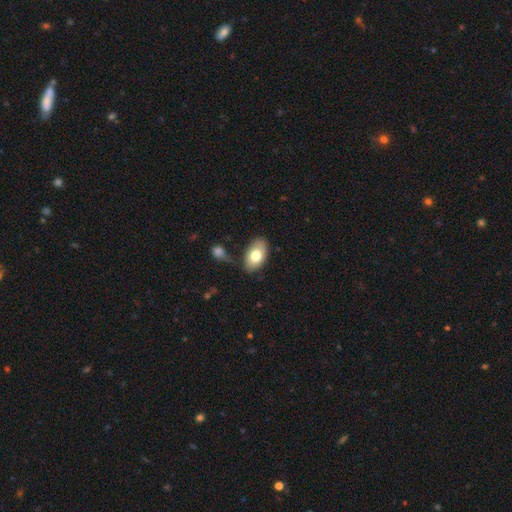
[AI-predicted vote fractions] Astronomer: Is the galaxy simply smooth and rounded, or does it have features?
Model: smooth — 76%.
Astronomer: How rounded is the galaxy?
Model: in between — 92%.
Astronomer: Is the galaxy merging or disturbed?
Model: none — 68%.